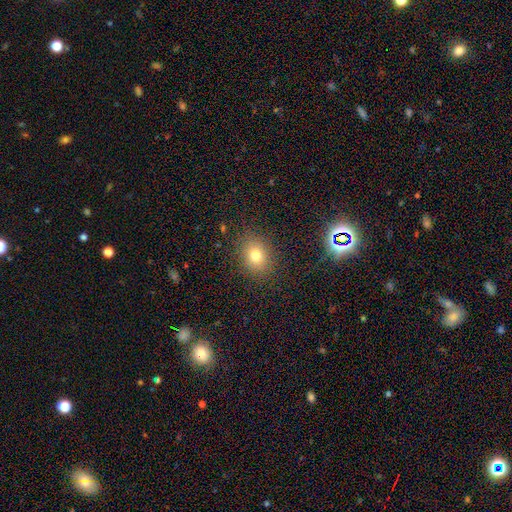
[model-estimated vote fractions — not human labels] Smooth or featured?
  - smooth: 75% *
  - star or artifact: 15%
  - featured or disk: 10%
How rounded?
  - round: 54% *
  - in between: 45%
  - cigar-shaped: 1%
Merging?
  - none: 85% *
  - minor disturbance: 9%
  - major disturbance: 4%
  - merger: 2%